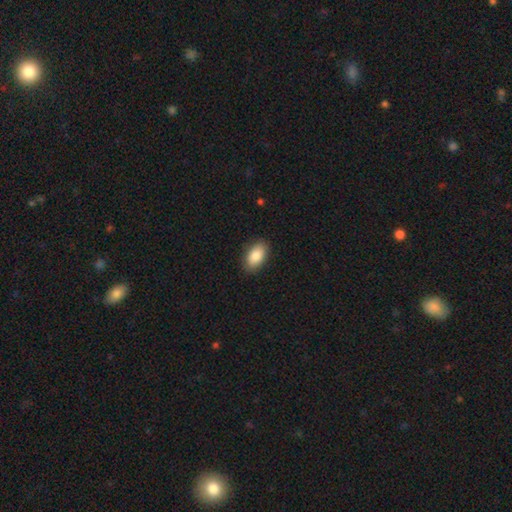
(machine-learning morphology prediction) Smooth or featured? Predicted: smooth (p=0.87). How rounded? Predicted: in between (p=0.93). Merging? Predicted: none (p=0.88).